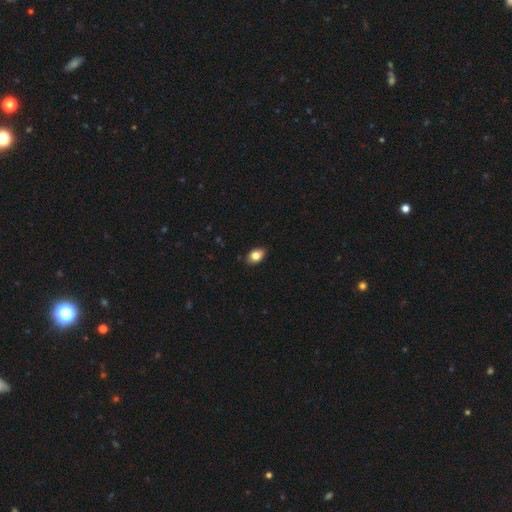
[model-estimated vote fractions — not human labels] This is clearly a smooth galaxy (82%). How rounded: clearly in between (84%). Merging: clearly none (86%).